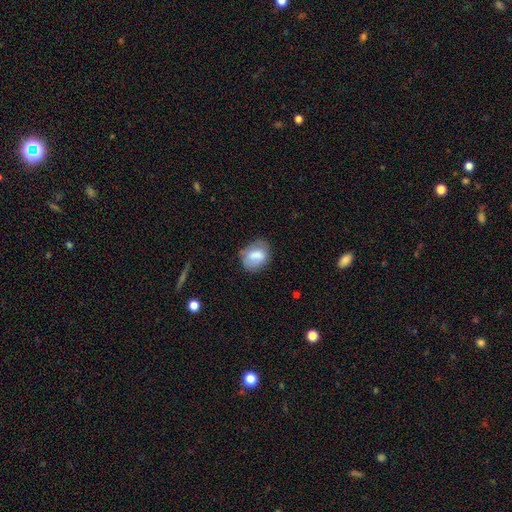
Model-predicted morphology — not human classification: Overall: smooth (77%). How rounded: in between (64%; round 35%). Merging: none (60%; minor disturbance 28%).